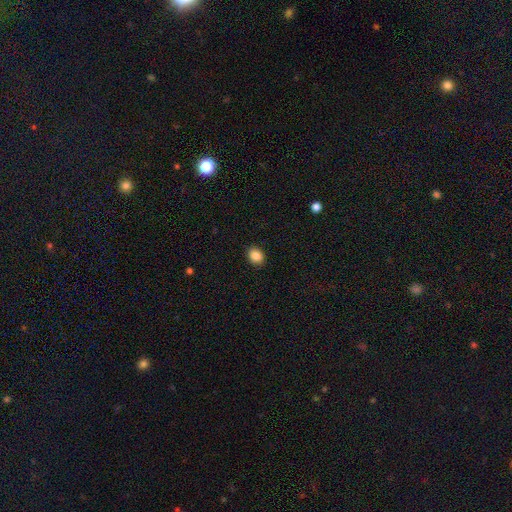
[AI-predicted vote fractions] smooth_or_featured: smooth (p=0.87) [alt: star or artifact p=0.09]
how_rounded: round (p=0.50) [alt: in between p=0.49]
merging: none (p=0.91) [alt: minor disturbance p=0.06]